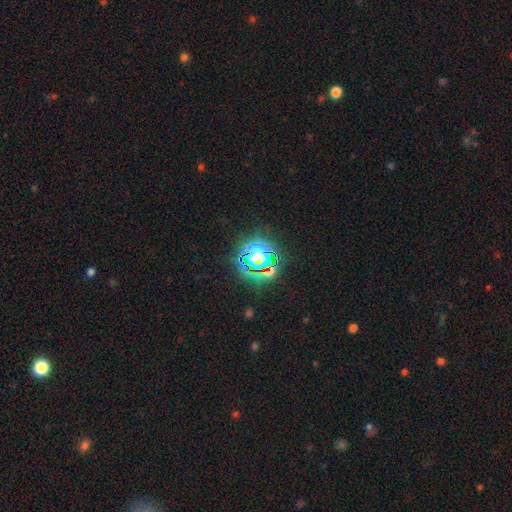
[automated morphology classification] star or artifact 71%, smooth 18%, featured or disk 11%.